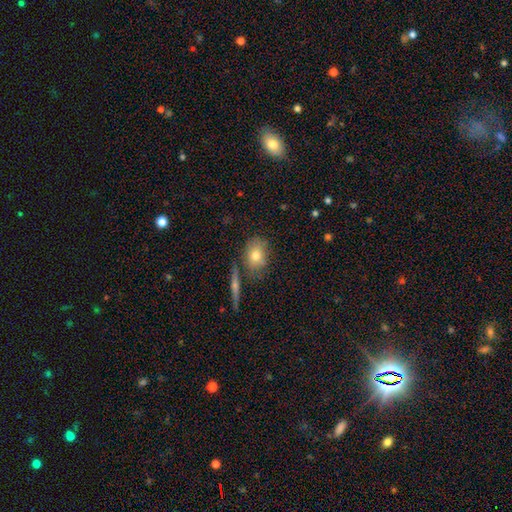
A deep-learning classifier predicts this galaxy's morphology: Q: Smooth or featured?
A: smooth (73%); runner-up: featured or disk (19%)
Q: How rounded?
A: in between (59%); runner-up: round (37%)
Q: Merging?
A: none (68%); runner-up: minor disturbance (16%)